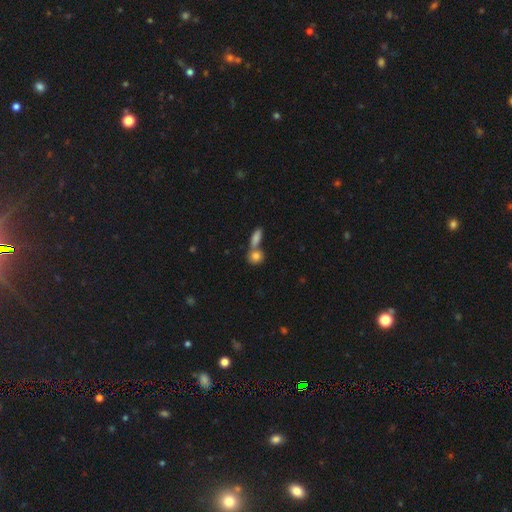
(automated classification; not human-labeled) Overall: smooth (82%). How rounded: round (55%; in between 40%). Merging: merger (47%; none 41%).